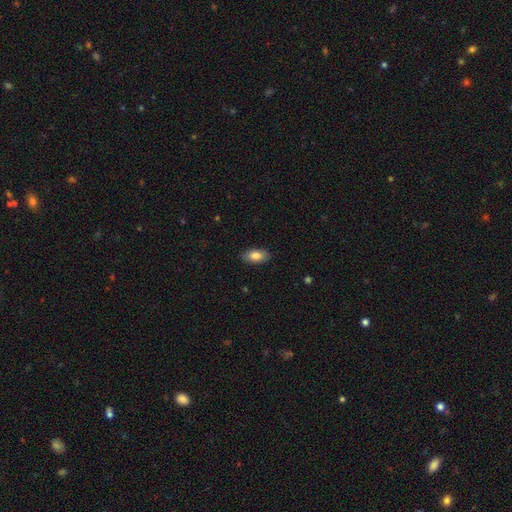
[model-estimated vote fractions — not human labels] Overall: smooth (82%). How rounded: in between (93%). Merging: none (87%).